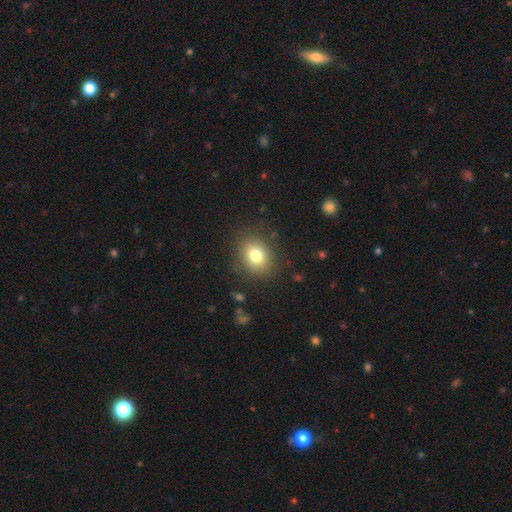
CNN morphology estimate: smooth 79%, star or artifact 11%, featured or disk 10%. Down the decision tree: how rounded — round (57%); merging — none (84%).